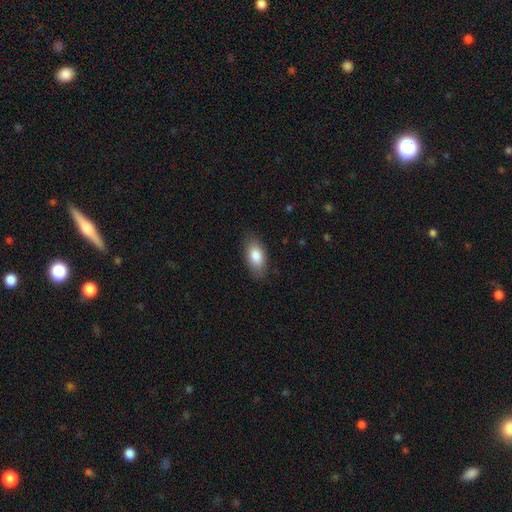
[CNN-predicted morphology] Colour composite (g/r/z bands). It shows a smooth galaxy with no disk features (85%) that is in between round and cigar-shaped (91%). Merging: none (84%).